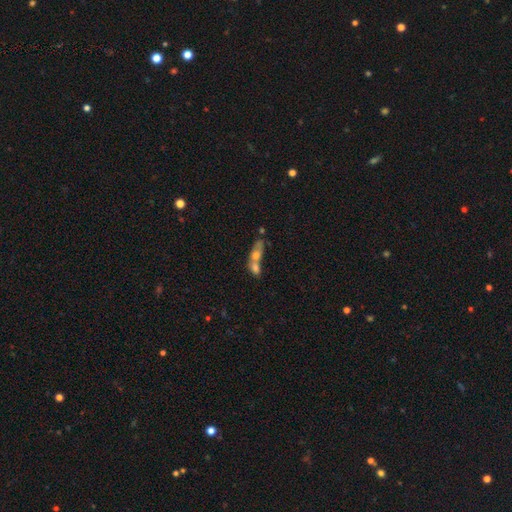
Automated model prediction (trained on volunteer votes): Smooth or featured: smooth — 57% (featured or disk — 32%)
How rounded: in between — 61% (round — 20%)
Merging: merger — 70% (none — 17%)